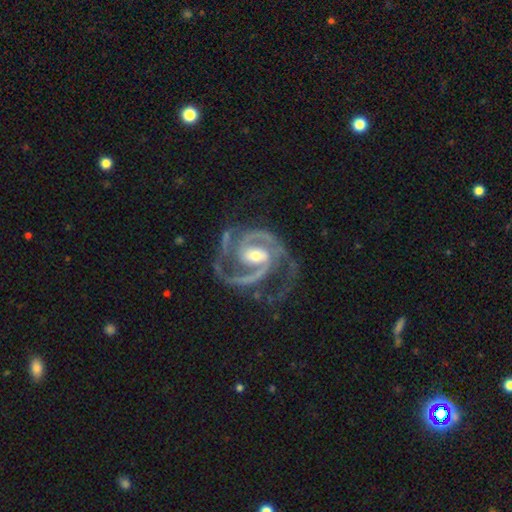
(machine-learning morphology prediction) featured or disk 94%, star or artifact 4%, smooth 2%. Down the decision tree: edge-on disk — no (98%); bar — weak (43%); spiral arms — yes (99%); spiral arm count — 2 (71%); spiral winding — medium (56%); bulge size — moderate (59%); merging — none (63%).